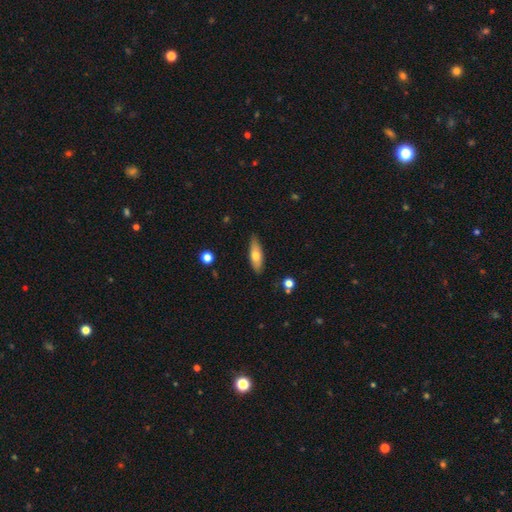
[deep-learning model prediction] Smooth or featured: smooth — 62% (featured or disk — 32%)
How rounded: in between — 52% (cigar-shaped — 45%)
Merging: none — 82% (minor disturbance — 14%)